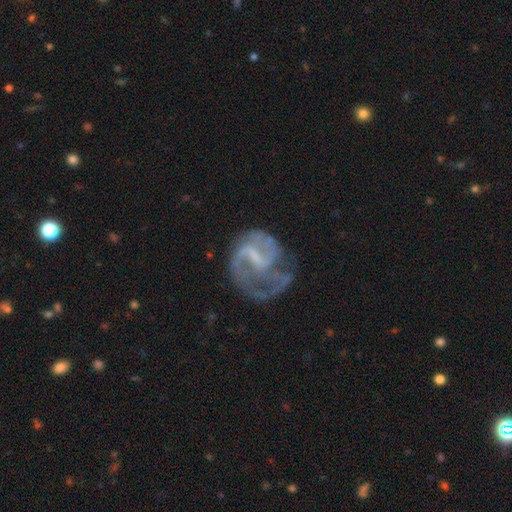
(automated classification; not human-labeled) Overall: featured or disk (80%). Edge-on disk: no (98%). Bar: weak (52%; no 25%). Spiral arms: yes (84%). Spiral arm count: 2 (46%; 1 22%). Spiral winding: medium (44%; loose 36%). Bulge size: none (44%; small 36%). Merging: major disturbance (40%; none 36%).